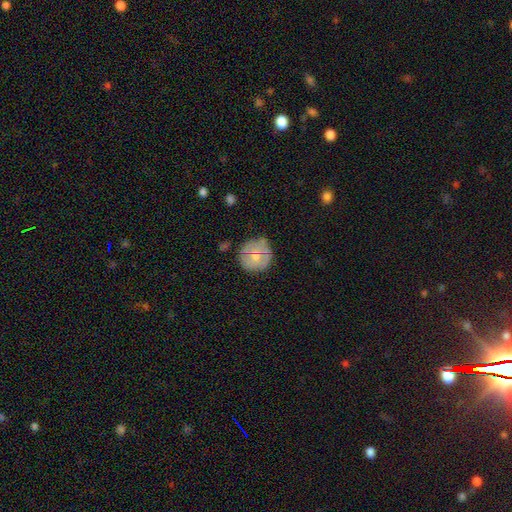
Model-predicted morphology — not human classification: Q: Smooth or featured?
A: smooth (64%); runner-up: featured or disk (28%)
Q: How rounded?
A: round (91%); runner-up: in between (8%)
Q: Merging?
A: none (71%); runner-up: minor disturbance (20%)